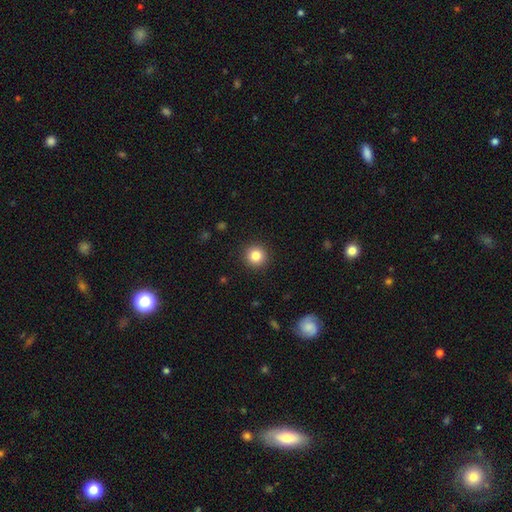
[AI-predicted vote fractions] Morphology: type=smooth (84%); roundness=round (95%); merging=none (92%).